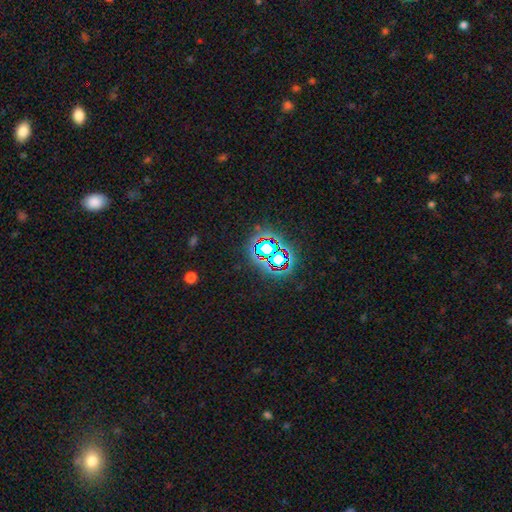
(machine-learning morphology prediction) Smooth or featured? Predicted: star or artifact (p=0.75).